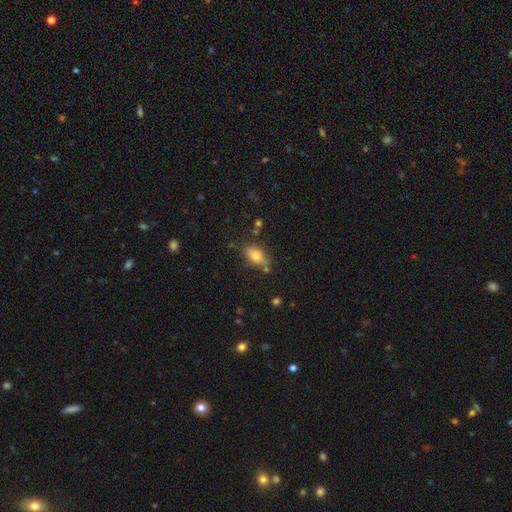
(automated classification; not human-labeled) This appears to be a smooth galaxy with no disk features (73%) that is in between round and cigar-shaped (84%). Merging: none (67%).